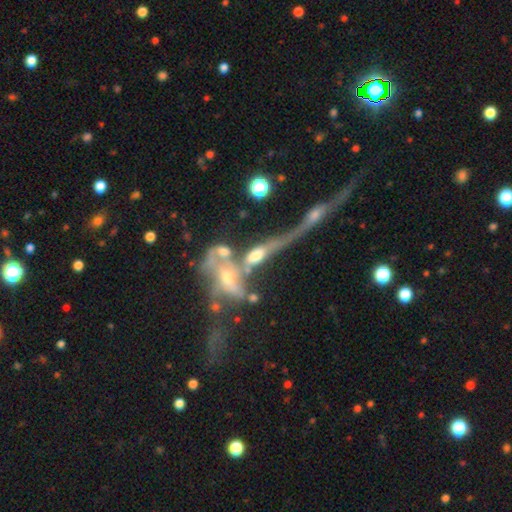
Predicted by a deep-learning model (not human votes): smooth-or-featured: featured or disk: 58% | smooth: 26% | star or artifact: 16%
  disk-edge-on: no: 72% | yes: 28%
  merging: merger: 61% | major disturbance: 20% | none: 12% | minor disturbance: 7%